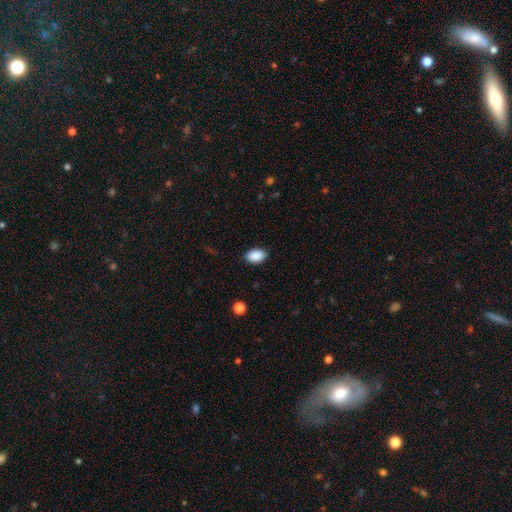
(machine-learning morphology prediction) Q: Smooth or featured?
A: smooth (90%); runner-up: star or artifact (7%)
Q: How rounded?
A: in between (90%); runner-up: round (9%)
Q: Merging?
A: none (87%); runner-up: minor disturbance (10%)